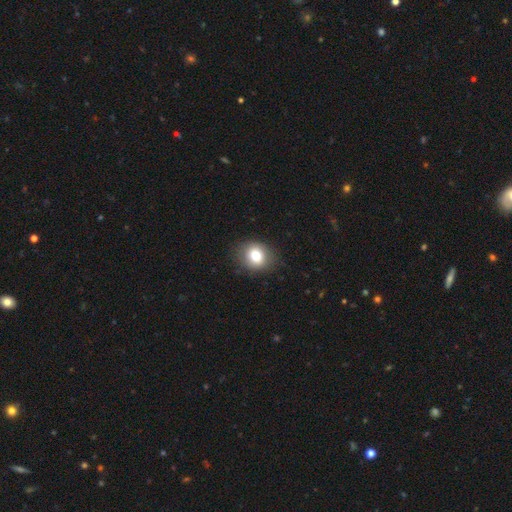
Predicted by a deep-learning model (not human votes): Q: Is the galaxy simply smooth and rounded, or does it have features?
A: smooth — 77%.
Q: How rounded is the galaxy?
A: round — 68%.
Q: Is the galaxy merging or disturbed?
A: none — 86%.